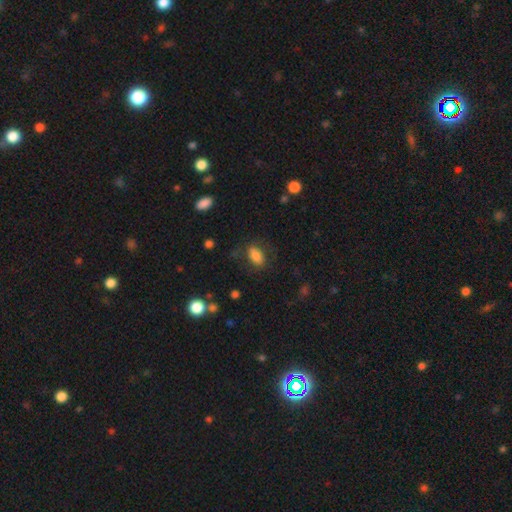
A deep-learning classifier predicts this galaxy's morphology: This is likely a smooth galaxy (77%). How rounded: clearly in between (87%). Merging: likely none (69%).